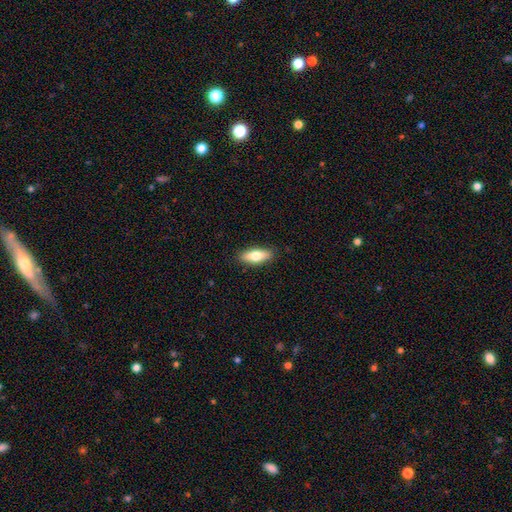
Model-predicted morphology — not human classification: Overall: smooth (67%; featured or disk 27%). How rounded: in between (63%; cigar-shaped 34%). Merging: none (89%).